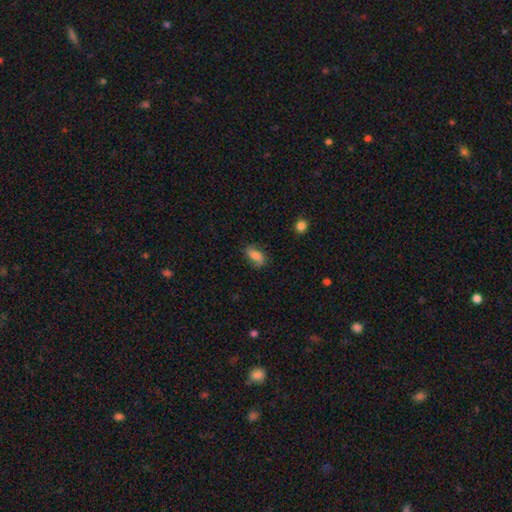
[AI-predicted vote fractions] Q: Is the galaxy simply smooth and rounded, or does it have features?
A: smooth — 63%.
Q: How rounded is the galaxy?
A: in between — 84%.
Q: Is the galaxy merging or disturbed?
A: none — 72%.